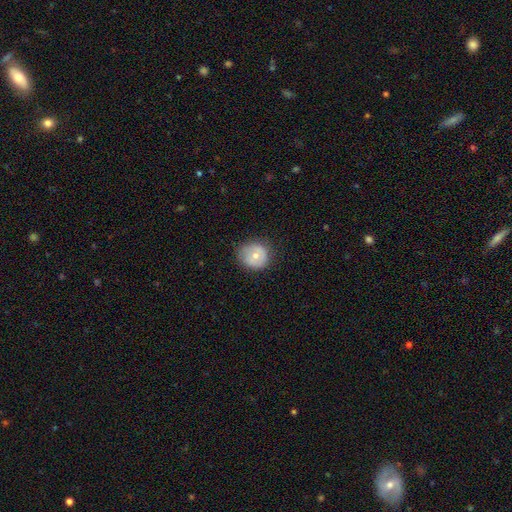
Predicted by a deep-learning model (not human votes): Morphology: type=smooth (59%); roundness=round (86%); merging=none (71%).